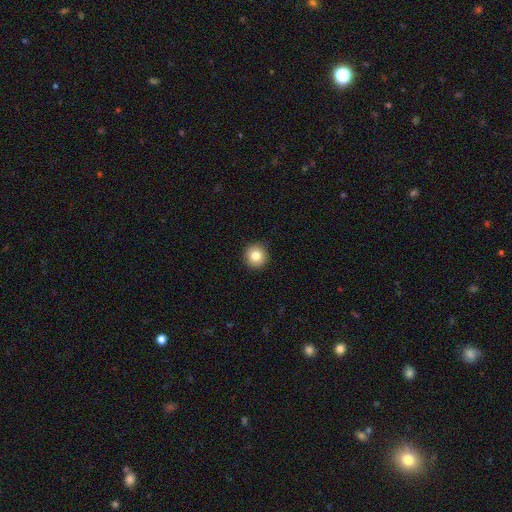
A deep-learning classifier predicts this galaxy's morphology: smooth-or-featured: smooth: 82% | star or artifact: 10% | featured or disk: 9%
  how-rounded: round: 95% | in between: 4% | cigar-shaped: 1%
  merging: none: 93% | minor disturbance: 5% | major disturbance: 2% | merger: 1%